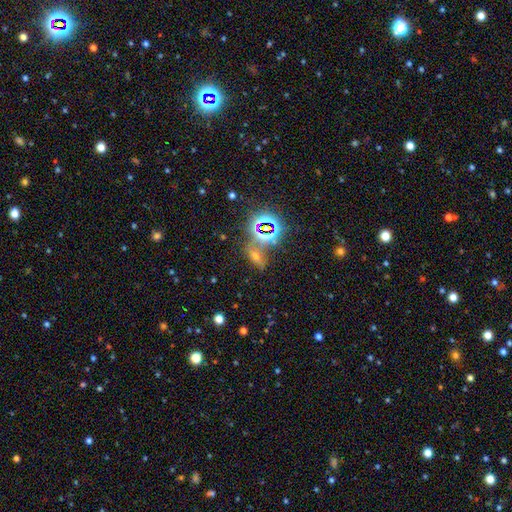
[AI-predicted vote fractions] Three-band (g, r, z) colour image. It shows a star or artifact, not a galaxy (53%).